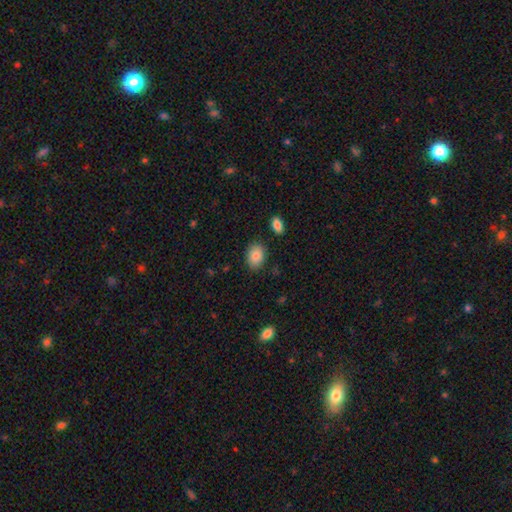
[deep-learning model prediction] This is clearly a smooth galaxy (85%). How rounded: likely in between (77%). Merging: clearly none (86%).